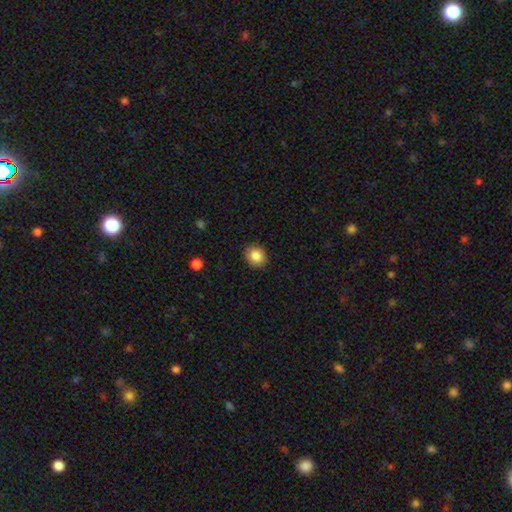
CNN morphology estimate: Q: Smooth or featured?
A: smooth (86%); runner-up: star or artifact (9%)
Q: How rounded?
A: round (74%); runner-up: in between (25%)
Q: Merging?
A: none (88%); runner-up: minor disturbance (8%)